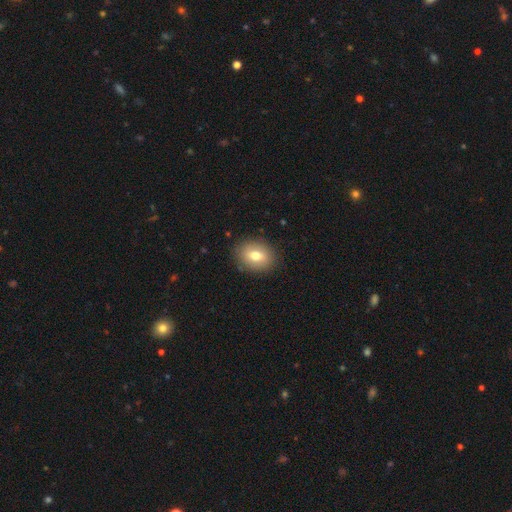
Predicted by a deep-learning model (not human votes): smooth-or-featured: smooth: 73% | featured or disk: 18% | star or artifact: 9%
  how-rounded: in between: 63% | round: 36% | cigar-shaped: 1%
  merging: none: 86% | minor disturbance: 10% | major disturbance: 3% | merger: 1%